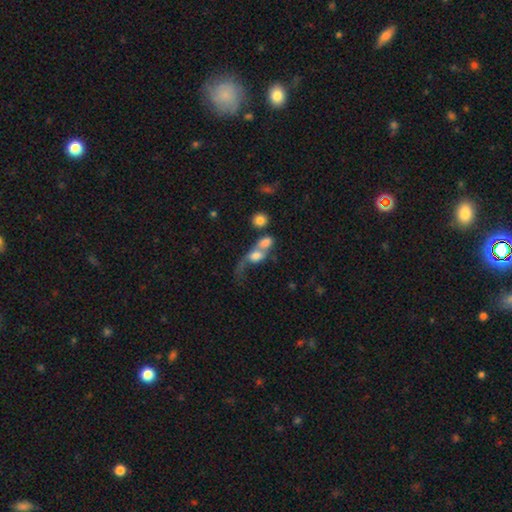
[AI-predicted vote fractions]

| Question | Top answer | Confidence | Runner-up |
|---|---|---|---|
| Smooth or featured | smooth | 59% | featured or disk (30%) |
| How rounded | in between | 56% | round (36%) |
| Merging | merger | 60% | major disturbance (21%) |